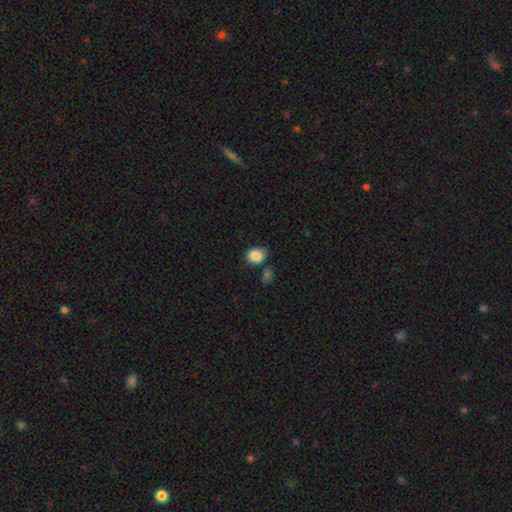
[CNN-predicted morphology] Q: Smooth or featured?
A: smooth (87%); runner-up: star or artifact (9%)
Q: How rounded?
A: in between (52%); runner-up: round (47%)
Q: Merging?
A: none (65%); runner-up: minor disturbance (21%)